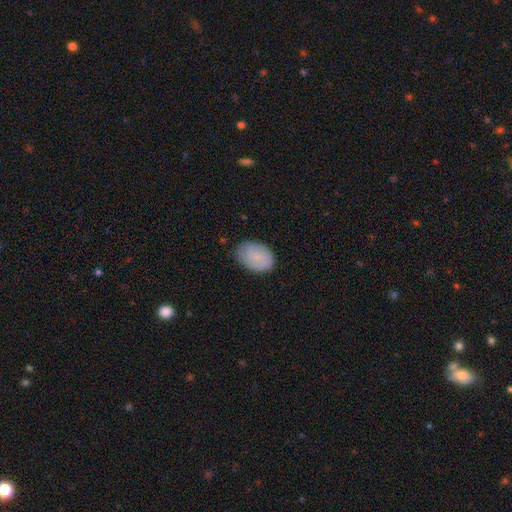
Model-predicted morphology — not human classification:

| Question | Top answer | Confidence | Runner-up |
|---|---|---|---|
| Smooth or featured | smooth | 79% | featured or disk (14%) |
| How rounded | in between | 85% | round (14%) |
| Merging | none | 76% | minor disturbance (19%) |